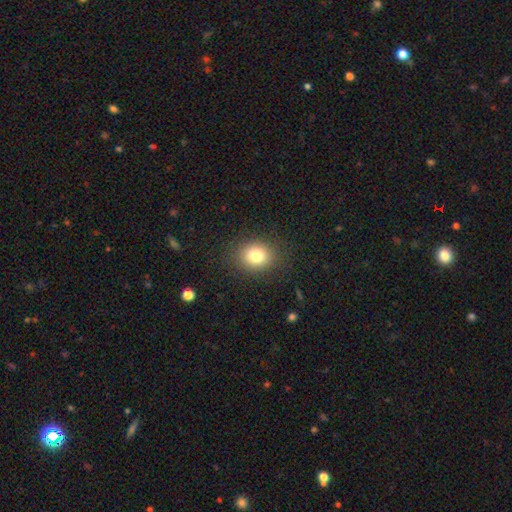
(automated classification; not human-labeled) smooth-or-featured: smooth: 79% | star or artifact: 12% | featured or disk: 9%
  how-rounded: round: 66% | in between: 33% | cigar-shaped: 1%
  merging: none: 87% | minor disturbance: 8% | major disturbance: 4% | merger: 1%